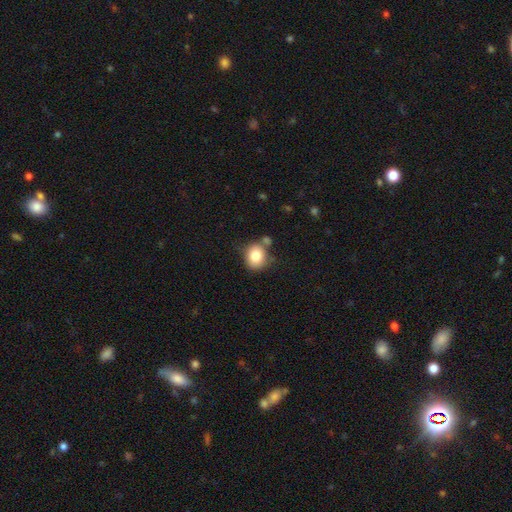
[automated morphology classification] smooth 80%, featured or disk 10%, star or artifact 10%. Down the decision tree: how rounded — round (71%); merging — none (68%).